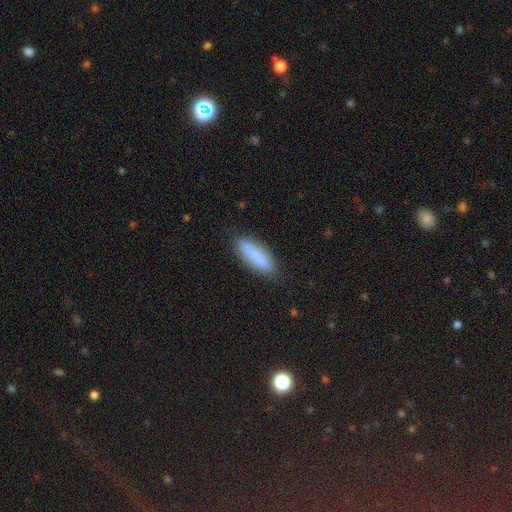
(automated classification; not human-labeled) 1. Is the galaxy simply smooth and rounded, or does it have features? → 85% smooth, 8% featured or disk, 7% star or artifact.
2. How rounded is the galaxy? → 51% cigar-shaped, 47% in between, 2% round.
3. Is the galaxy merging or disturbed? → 84% none, 12% minor disturbance, 3% major disturbance, 1% merger.